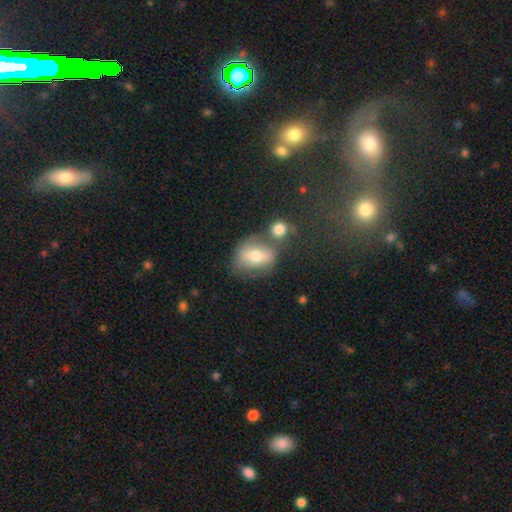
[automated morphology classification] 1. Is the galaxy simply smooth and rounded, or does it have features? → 56% smooth, 34% featured or disk, 10% star or artifact.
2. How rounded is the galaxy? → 60% in between, 38% round, 2% cigar-shaped.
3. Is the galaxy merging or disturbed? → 48% none, 27% merger, 17% minor disturbance, 8% major disturbance.